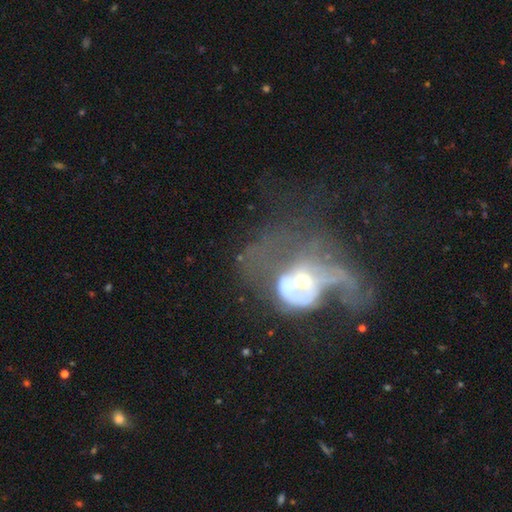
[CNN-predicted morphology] Smooth or featured: featured or disk — 65% (smooth — 21%)
Edge-on disk: no — 96% (yes — 4%)
Bar: no — 76% (weak — 18%)
Spiral arms: no — 58% (yes — 42%)
Bulge size: moderate — 54% (small — 32%)
Merging: major disturbance — 50% (merger — 31%)